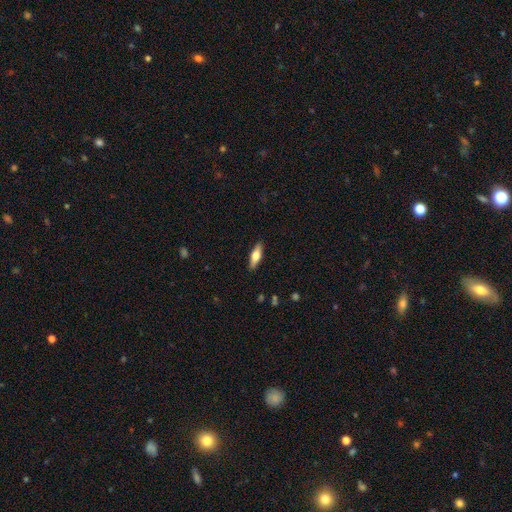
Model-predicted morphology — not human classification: Smooth or featured? smooth (62%)
How rounded? in between (51%)
Merging? none (89%)